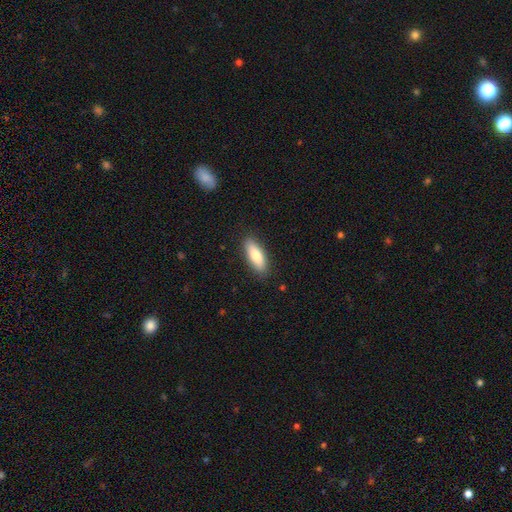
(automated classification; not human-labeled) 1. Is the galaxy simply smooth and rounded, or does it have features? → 78% smooth, 16% featured or disk, 6% star or artifact.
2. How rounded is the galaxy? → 63% in between, 35% cigar-shaped, 2% round.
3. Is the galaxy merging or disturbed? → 87% none, 10% minor disturbance, 2% major disturbance, 1% merger.